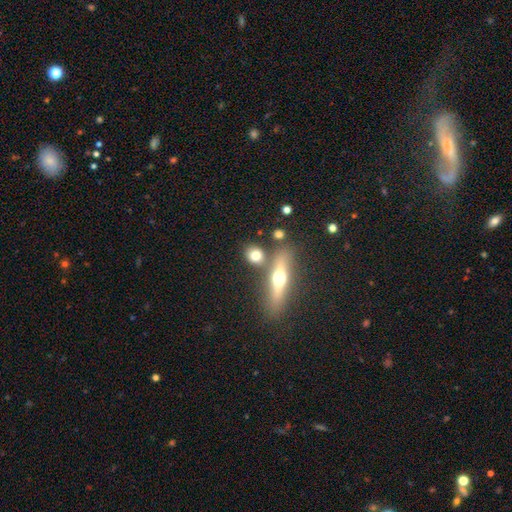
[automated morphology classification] smooth_or_featured: smooth (p=0.69) [alt: featured or disk p=0.22]
how_rounded: round (p=0.58) [alt: in between p=0.32]
merging: none (p=0.71) [alt: merger p=0.16]